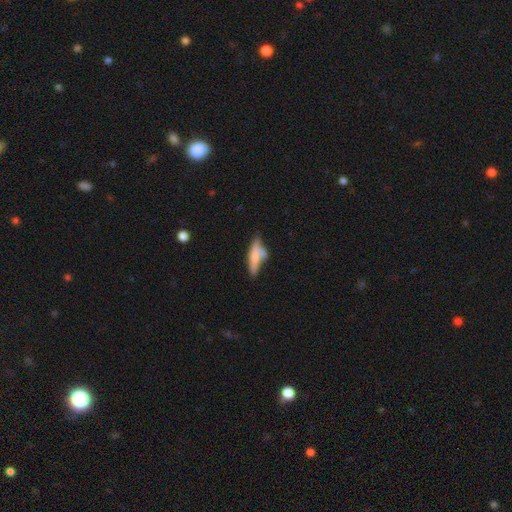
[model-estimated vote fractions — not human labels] Overall: smooth (60%; featured or disk 33%). How rounded: cigar-shaped (72%). Merging: none (44%; merger 28%).